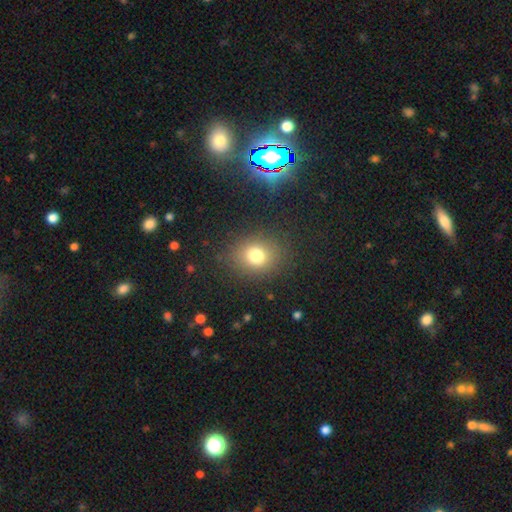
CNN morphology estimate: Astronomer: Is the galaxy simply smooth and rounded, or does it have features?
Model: smooth — 76%.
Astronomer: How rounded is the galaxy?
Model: round — 65%.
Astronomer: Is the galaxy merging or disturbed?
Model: none — 86%.